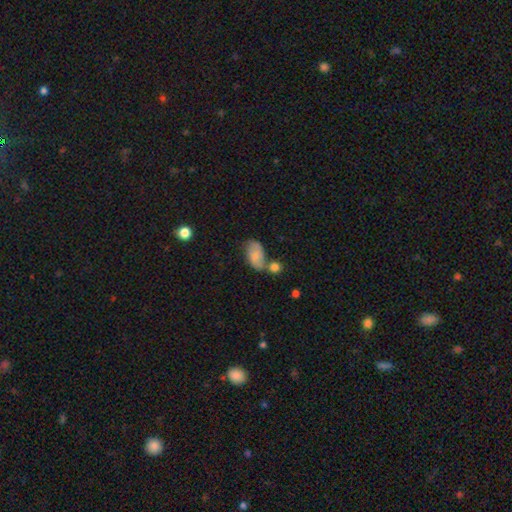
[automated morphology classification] A smooth galaxy with no disk features (68%) that is in between round and cigar-shaped (90%). Merging: none (35%).